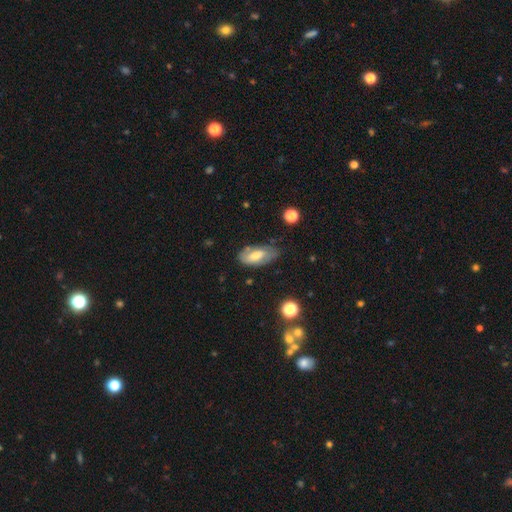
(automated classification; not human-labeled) Overall: smooth (52%; featured or disk 40%). How rounded: in between (88%). Merging: none (61%; minor disturbance 28%).